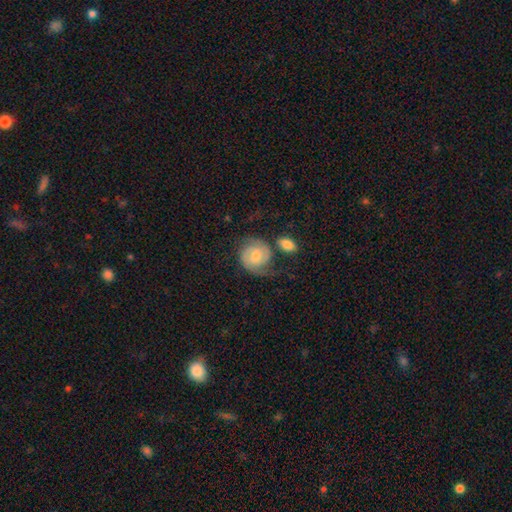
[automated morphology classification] A featured or disk galaxy (67%) with no bar (59%), 2 (79%) tight (46%) spiral arms (94%) and a moderate central bulge (53%). Merging: none (53%).